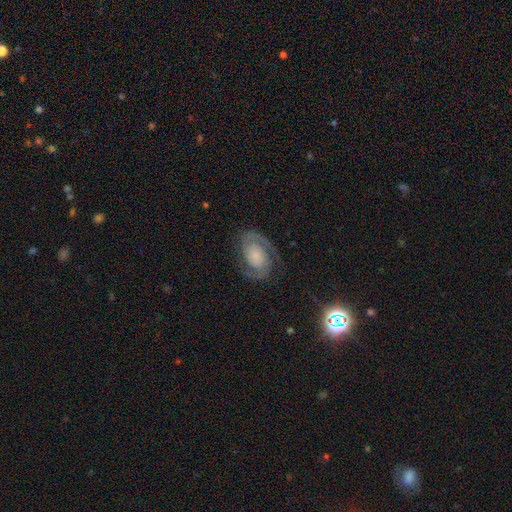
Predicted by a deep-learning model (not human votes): Q: Smooth or featured?
A: featured or disk (85%); runner-up: smooth (9%)
Q: Edge-on disk?
A: no (98%); runner-up: yes (2%)
Q: Bar?
A: no (65%); runner-up: weak (27%)
Q: Spiral arms?
A: yes (97%); runner-up: no (3%)
Q: Spiral winding?
A: tight (47%); runner-up: medium (44%)
Q: Spiral arm count?
A: 2 (91%); runner-up: can't tell (3%)
Q: Bulge size?
A: small (41%); runner-up: none (23%)
Q: Merging?
A: none (79%); runner-up: minor disturbance (13%)